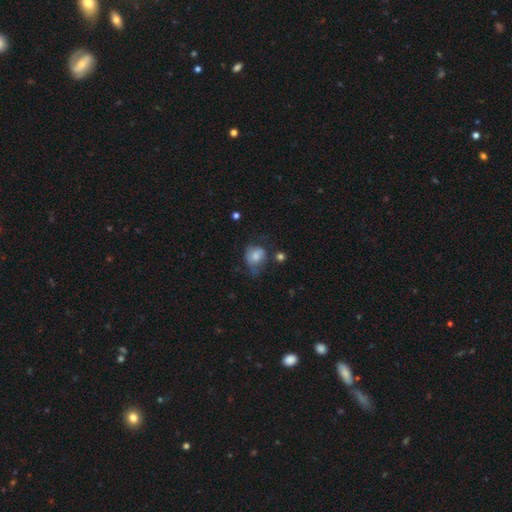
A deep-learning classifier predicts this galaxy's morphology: The model was most divided on "merging": none: 36%, minor disturbance: 34%, major disturbance: 24%, merger: 6%. More confident: smooth or featured — smooth (69%); how rounded — round (57%).